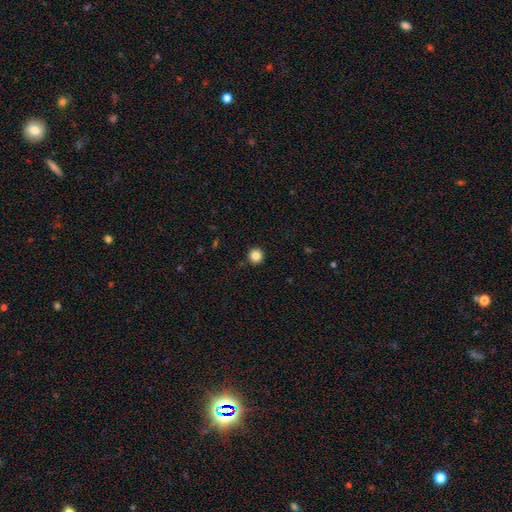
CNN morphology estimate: Smooth or featured? Predicted: smooth (p=0.85). How rounded? Predicted: round (p=0.95). Merging? Predicted: none (p=0.93).